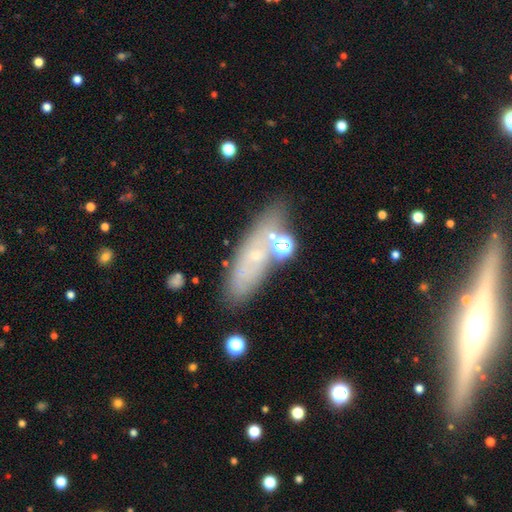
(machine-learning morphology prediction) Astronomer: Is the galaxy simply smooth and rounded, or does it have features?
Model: smooth — 49% (runner-up: featured or disk, 39%).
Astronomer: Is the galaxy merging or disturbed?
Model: none — 71%.